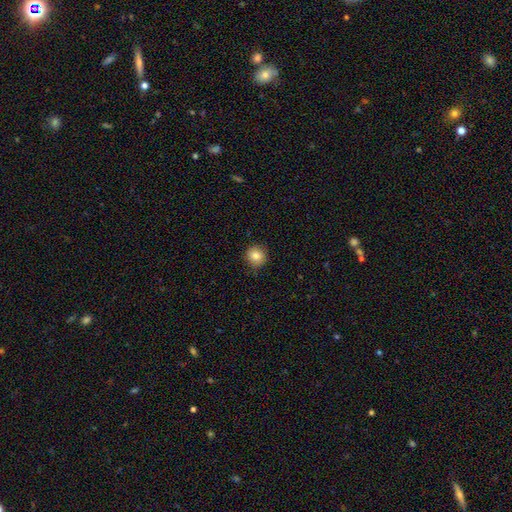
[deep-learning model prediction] This appears to be a smooth galaxy with no disk features (81%) that is round (92%). Merging: none (87%).